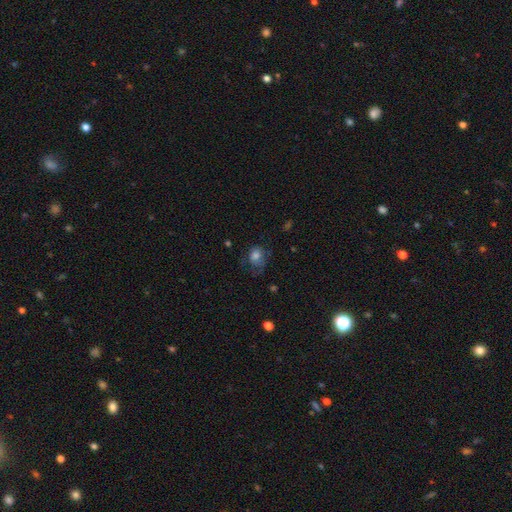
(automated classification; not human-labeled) This appears to be a smooth galaxy with no disk features (70%) that is round (57%). Merging: none (46%).